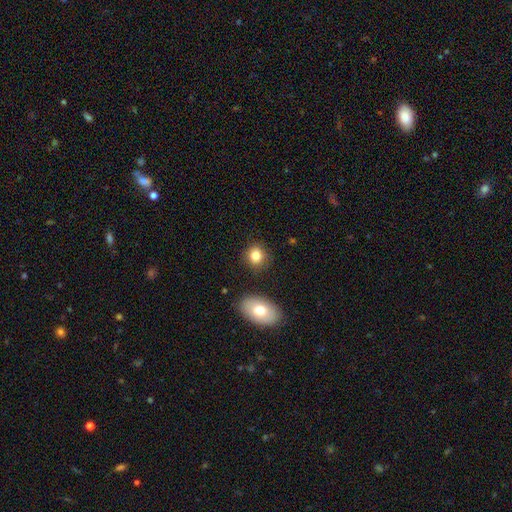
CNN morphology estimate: Q: Smooth or featured?
A: smooth (80%); runner-up: star or artifact (11%)
Q: How rounded?
A: round (71%); runner-up: in between (28%)
Q: Merging?
A: none (84%); runner-up: minor disturbance (10%)